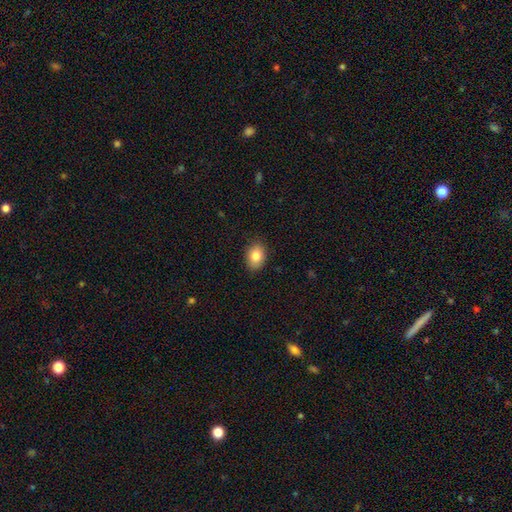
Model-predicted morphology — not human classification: A smooth galaxy with no disk features (83%) that is in between round and cigar-shaped (73%).

Vote fractions:
- Smooth or featured? smooth: 83% / featured or disk: 9% / star or artifact: 8%
- How rounded? in between: 73% / round: 26% / cigar-shaped: 1%
- Merging? none: 87% / minor disturbance: 10% / major disturbance: 2% / merger: 1%